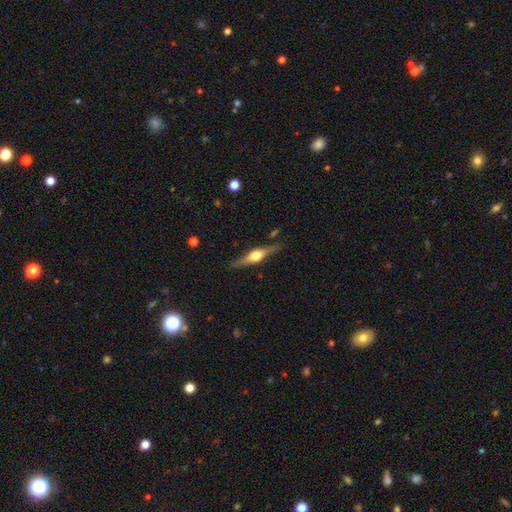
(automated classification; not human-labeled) Smooth or featured? Predicted: featured or disk (p=0.73). Edge-on disk? Predicted: yes (p=0.96). Edge-on bulge? Predicted: rounded (p=0.93). Merging? Predicted: none (p=0.85).